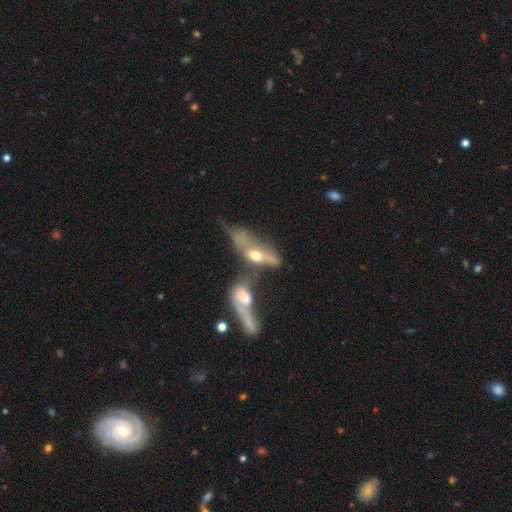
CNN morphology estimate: Q: Smooth or featured?
A: featured or disk (52%); runner-up: smooth (38%)
Q: Edge-on disk?
A: no (68%); runner-up: yes (32%)
Q: Merging?
A: merger (69%); runner-up: major disturbance (16%)